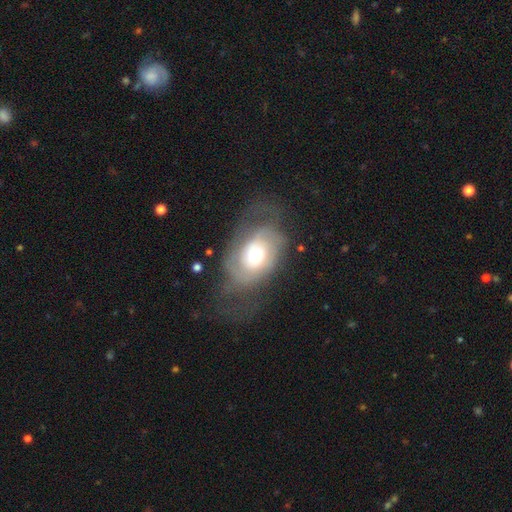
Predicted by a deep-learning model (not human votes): Smooth or featured: featured or disk — 56% (smooth — 36%)
Edge-on disk: no — 95% (yes — 5%)
Bar: no — 80% (weak — 16%)
Spiral arms: yes — 64% (no — 36%)
Bulge size: moderate — 64% (large — 24%)
Merging: none — 44% (major disturbance — 31%)